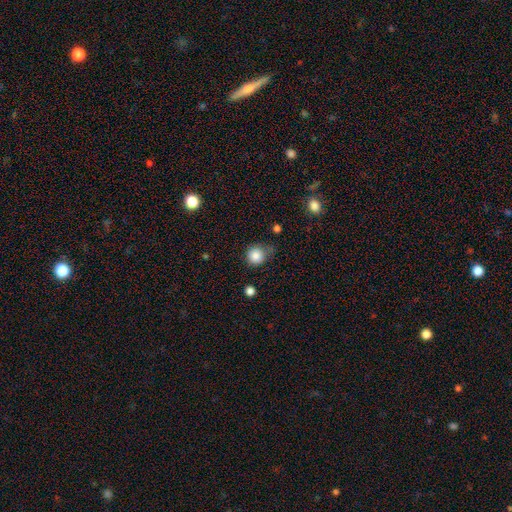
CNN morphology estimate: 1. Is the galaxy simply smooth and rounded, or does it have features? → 85% smooth, 10% star or artifact, 5% featured or disk.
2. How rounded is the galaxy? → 91% round, 8% in between, 1% cigar-shaped.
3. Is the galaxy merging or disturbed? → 66% none, 23% minor disturbance, 7% major disturbance, 4% merger.